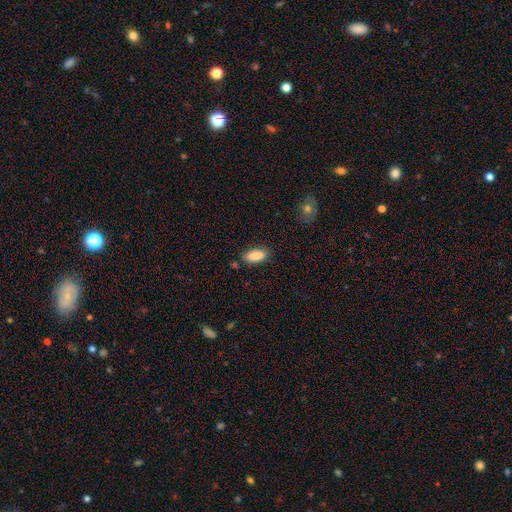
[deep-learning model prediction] This appears to be a smooth galaxy with no disk features (88%) that is in between round and cigar-shaped (81%). Merging: none (80%).